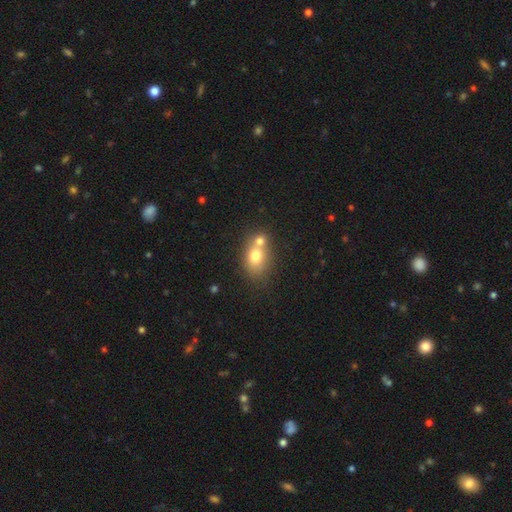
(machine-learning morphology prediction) Smooth or featured?
  - smooth: 72% *
  - featured or disk: 18%
  - star or artifact: 10%
How rounded?
  - in between: 56% *
  - round: 42%
  - cigar-shaped: 1%
Merging?
  - merger: 56% *
  - none: 31%
  - minor disturbance: 9%
  - major disturbance: 4%